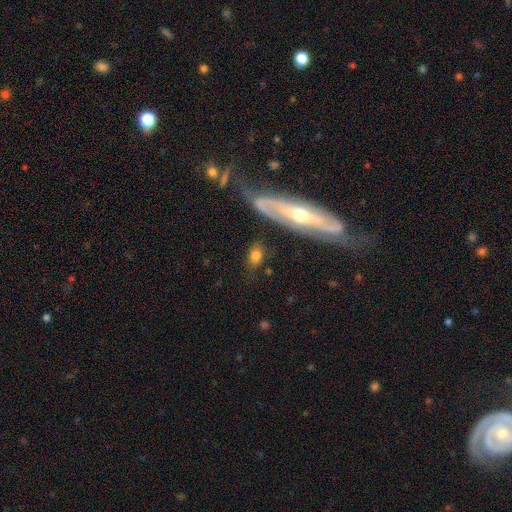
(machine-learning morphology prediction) A smooth galaxy with no disk features (69%) that is in between round and cigar-shaped (74%).

Vote fractions:
- Smooth or featured? smooth: 69% / featured or disk: 23% / star or artifact: 8%
- How rounded? in between: 74% / round: 16% / cigar-shaped: 9%
- Merging? none: 73% / minor disturbance: 15% / major disturbance: 7% / merger: 5%